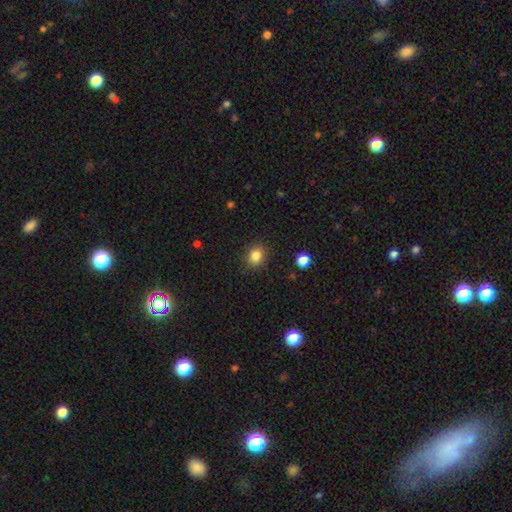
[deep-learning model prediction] smooth_or_featured: smooth (p=0.84) [alt: star or artifact p=0.11]
how_rounded: round (p=0.65) [alt: in between p=0.34]
merging: none (p=0.88) [alt: minor disturbance p=0.08]